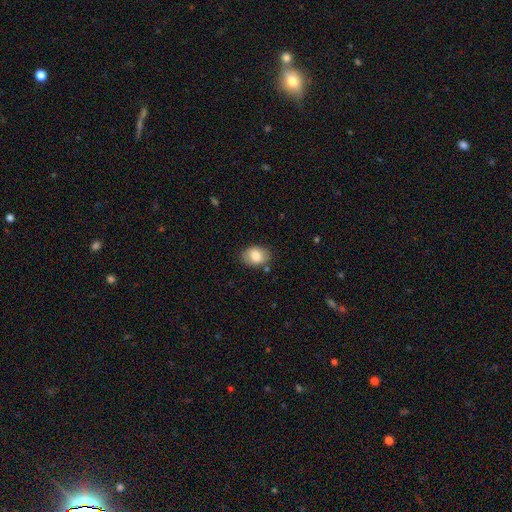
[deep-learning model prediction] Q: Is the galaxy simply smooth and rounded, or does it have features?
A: smooth — 81%.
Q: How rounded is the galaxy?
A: in between — 75%.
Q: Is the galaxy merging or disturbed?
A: none — 80%.